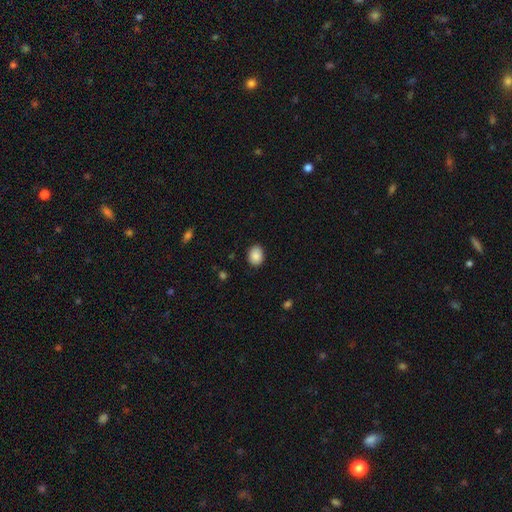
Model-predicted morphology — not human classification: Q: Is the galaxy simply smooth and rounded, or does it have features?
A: smooth — 89%.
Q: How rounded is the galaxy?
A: in between — 58%.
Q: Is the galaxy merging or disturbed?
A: none — 87%.